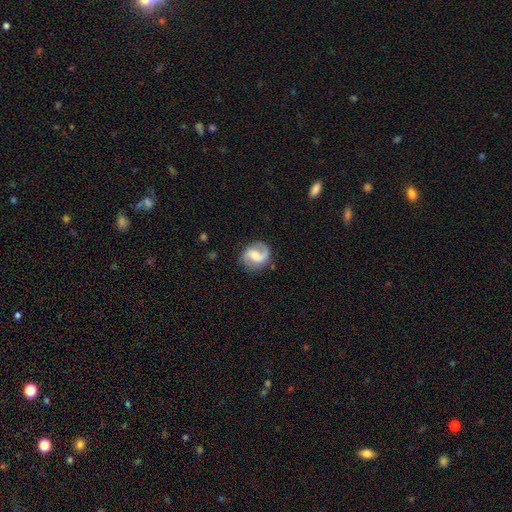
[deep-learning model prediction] smooth_or_featured: featured or disk (p=0.81) [alt: smooth p=0.14]
disk_edge_on: no (p=0.98) [alt: yes p=0.02]
bar: weak (p=0.51) [alt: no p=0.33]
has_spiral_arms: yes (p=0.96) [alt: no p=0.04]
spiral_winding: medium (p=0.49) [alt: loose p=0.32]
spiral_arm_count: 2 (p=0.83) [alt: 1 p=0.11]
bulge_size: moderate (p=0.46) [alt: small p=0.31]
merging: none (p=0.78) [alt: minor disturbance p=0.14]